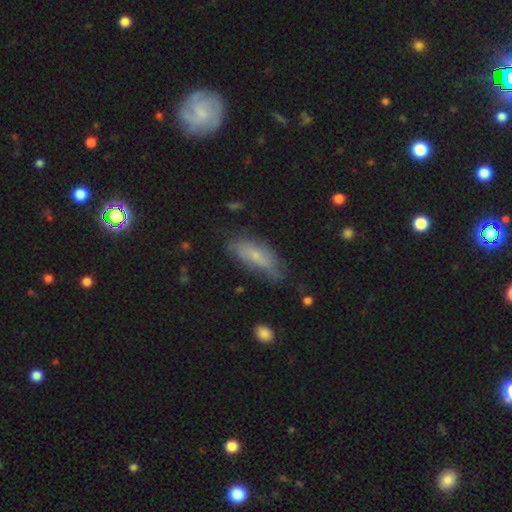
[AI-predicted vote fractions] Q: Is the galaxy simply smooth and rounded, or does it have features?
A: smooth — 61%.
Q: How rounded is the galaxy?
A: in between — 73%.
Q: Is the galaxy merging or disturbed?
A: none — 53%.